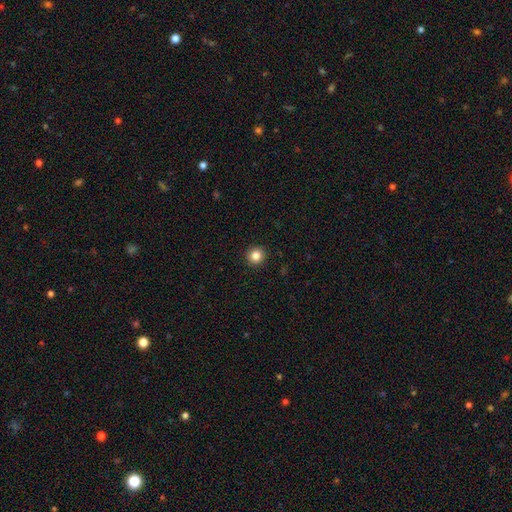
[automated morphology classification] This is clearly a smooth galaxy (84%). How rounded: clearly round (93%). Merging: clearly none (93%).